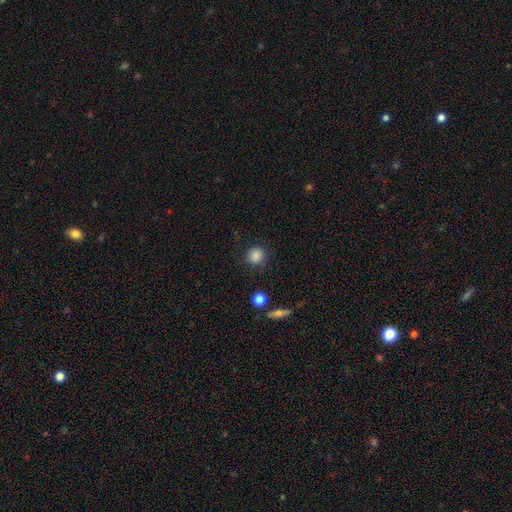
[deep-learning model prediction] This appears to be a smooth galaxy with no disk features (85%) that is round (88%). Merging: none (82%).